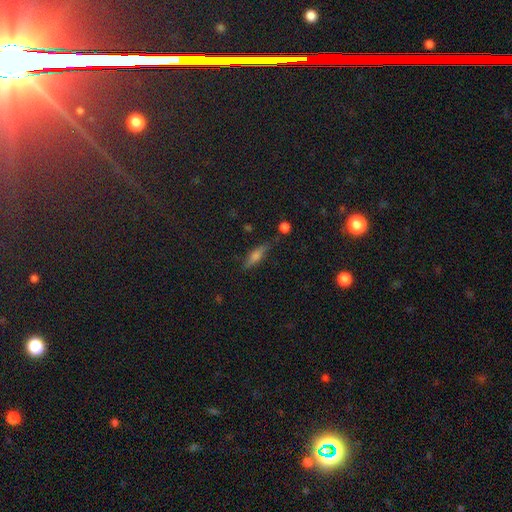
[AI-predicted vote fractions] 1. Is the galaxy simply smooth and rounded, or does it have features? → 47% smooth, 38% featured or disk, 14% star or artifact.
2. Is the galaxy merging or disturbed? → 72% none, 18% minor disturbance, 5% major disturbance, 4% merger.